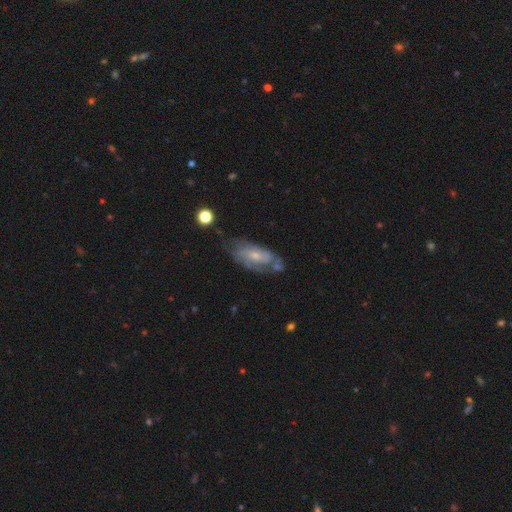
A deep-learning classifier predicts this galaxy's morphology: Overall: featured or disk (64%; smooth 29%). Edge-on disk: no (90%). Bar: no (58%; weak 35%). Spiral arms: yes (80%). Bulge size: small (59%; moderate 33%). Merging: none (53%; minor disturbance 27%).